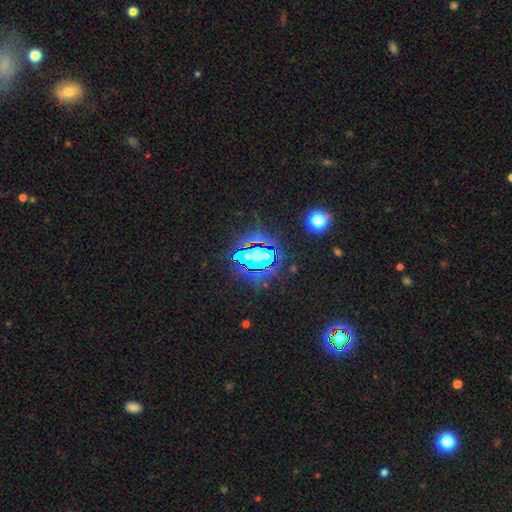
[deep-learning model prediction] Morphology: type=star or artifact (69%).